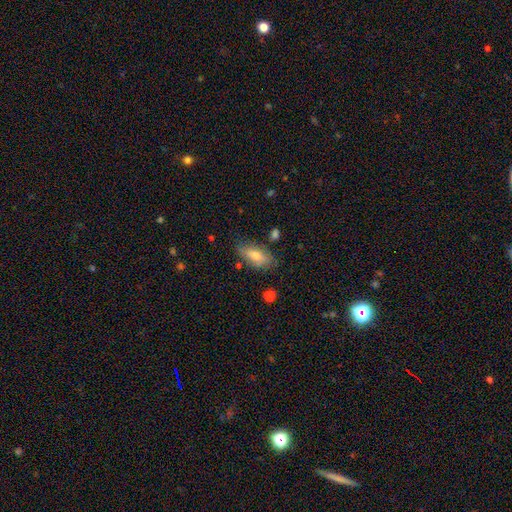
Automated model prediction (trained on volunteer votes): This is likely a smooth galaxy (70%). How rounded: clearly in between (85%). Merging: likely none (76%).